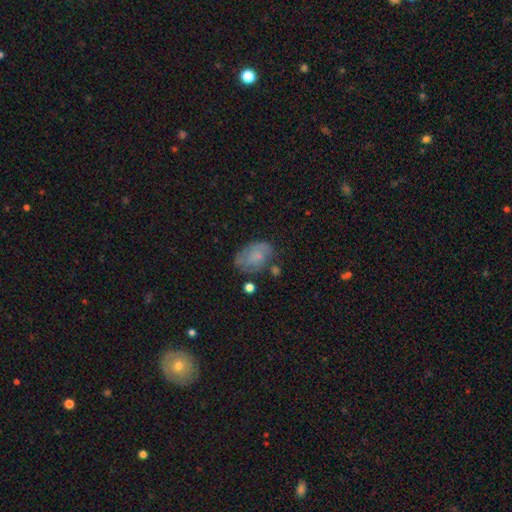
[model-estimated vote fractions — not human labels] A smooth galaxy with no disk features (56%) that is in between round and cigar-shaped (83%).

Vote fractions:
- Smooth or featured? smooth: 56% / featured or disk: 34% / star or artifact: 9%
- How rounded? in between: 83% / round: 16% / cigar-shaped: 2%
- Merging? none: 57% / minor disturbance: 26% / major disturbance: 11% / merger: 6%